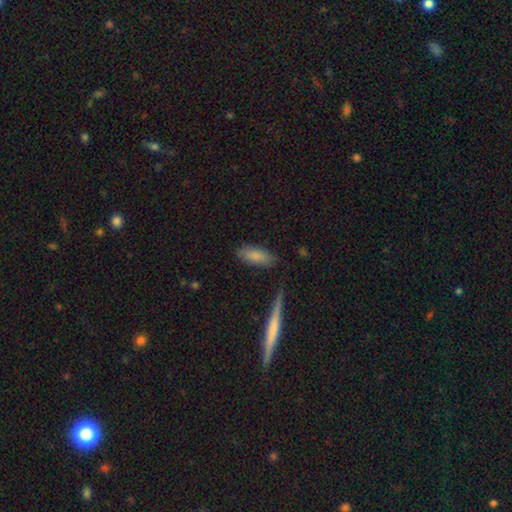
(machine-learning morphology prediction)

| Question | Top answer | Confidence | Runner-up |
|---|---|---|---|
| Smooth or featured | smooth | 83% | featured or disk (10%) |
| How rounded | in between | 73% | cigar-shaped (25%) |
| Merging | none | 80% | minor disturbance (14%) |